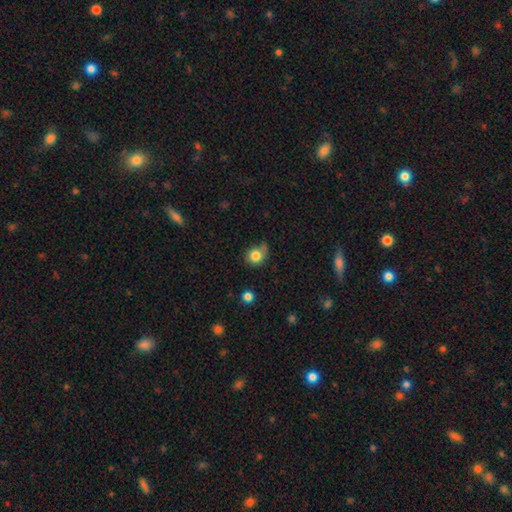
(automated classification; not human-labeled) A smooth galaxy with no disk features (82%) that is round (77%).

Vote fractions:
- Smooth or featured? smooth: 82% / star or artifact: 10% / featured or disk: 8%
- How rounded? round: 77% / in between: 22% / cigar-shaped: 1%
- Merging? none: 55% / minor disturbance: 30% / major disturbance: 10% / merger: 6%